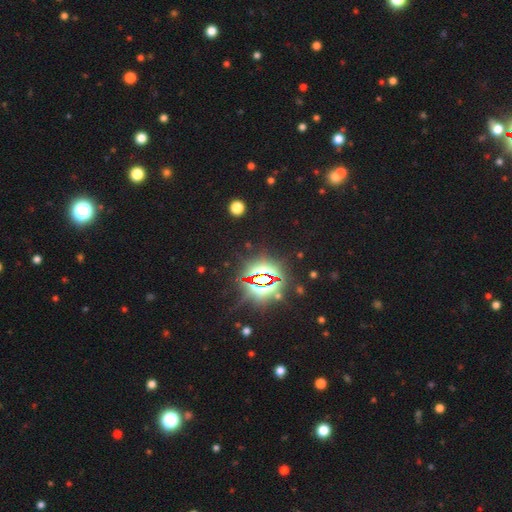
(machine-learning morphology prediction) Smooth or featured?
  - star or artifact: 84% *
  - smooth: 9%
  - featured or disk: 6%